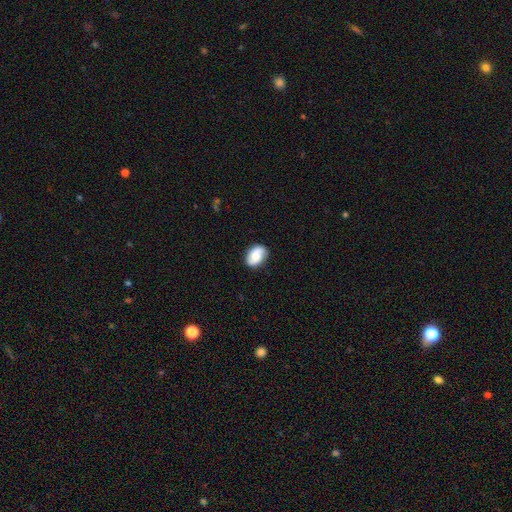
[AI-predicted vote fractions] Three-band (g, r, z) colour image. It shows a smooth galaxy with no disk features (62%) that is in between round and cigar-shaped (81%). Merging: none (82%).